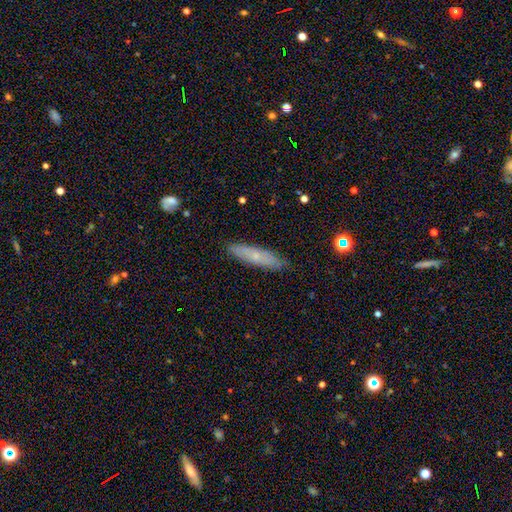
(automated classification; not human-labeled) A smooth galaxy with no disk features (51%) that is cigar-shaped (75%). Merging: none (85%).